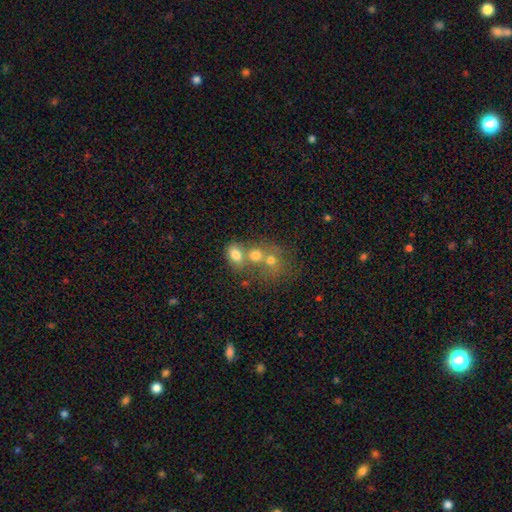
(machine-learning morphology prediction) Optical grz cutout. It shows a smooth galaxy with no disk features (59%) that is round (58%). Merging: merger (58%).